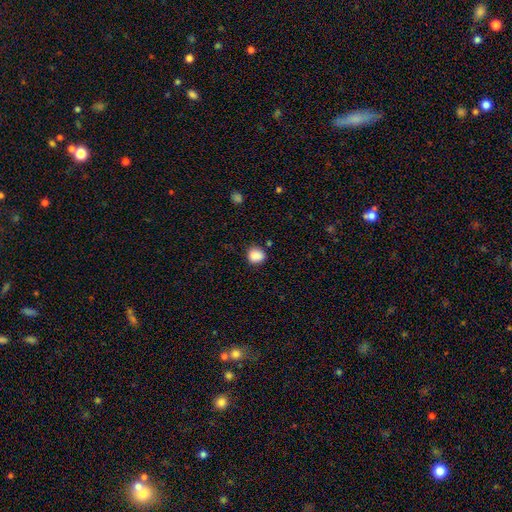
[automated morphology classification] Smooth or featured? Predicted: smooth (p=0.88). How rounded? Predicted: round (p=0.80). Merging? Predicted: none (p=0.81).